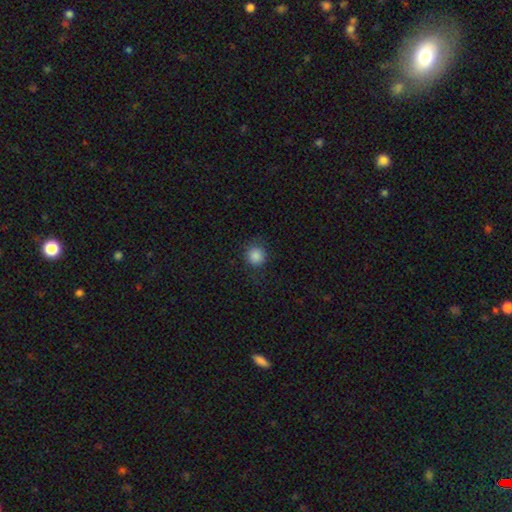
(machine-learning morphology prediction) This appears to be a smooth galaxy with no disk features (86%) that is round (91%). Merging: none (83%).